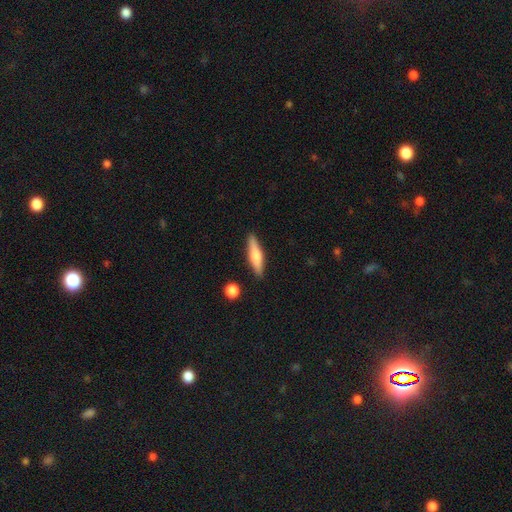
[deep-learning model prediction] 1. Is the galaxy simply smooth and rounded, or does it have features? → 57% smooth, 37% featured or disk, 6% star or artifact.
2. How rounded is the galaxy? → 75% cigar-shaped, 23% in between, 2% round.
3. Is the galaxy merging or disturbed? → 87% none, 9% minor disturbance, 2% merger, 2% major disturbance.